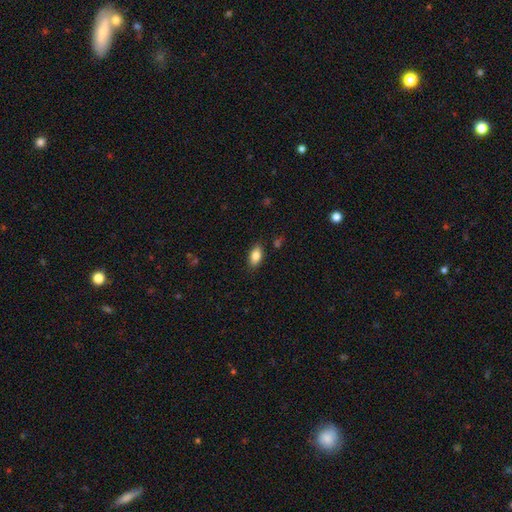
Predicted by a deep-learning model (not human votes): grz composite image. It shows a smooth galaxy with no disk features (84%) that is in between round and cigar-shaped (90%). Merging: none (85%).